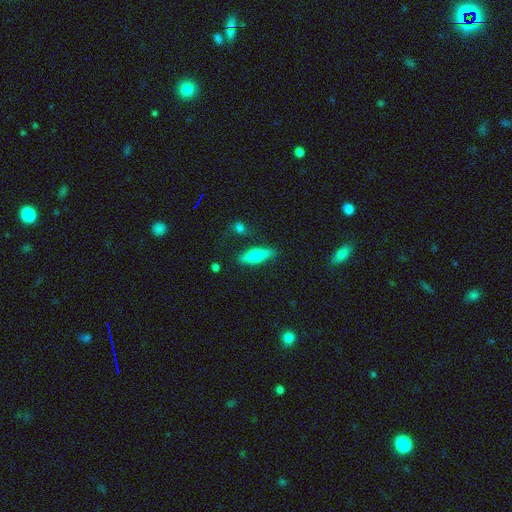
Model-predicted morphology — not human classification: Smooth or featured? smooth (58%)
How rounded? cigar-shaped (53%)
Merging? none (80%)